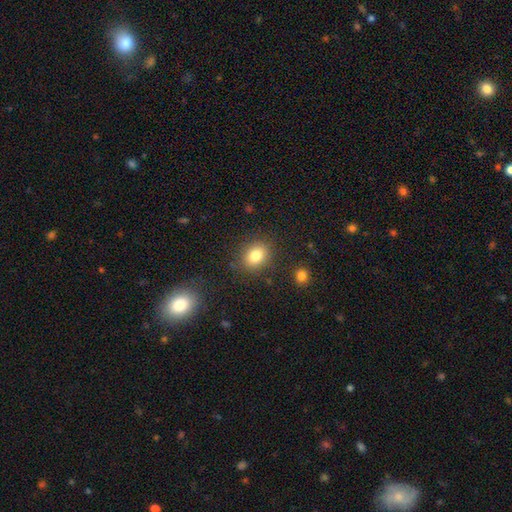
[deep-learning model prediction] This appears to be a smooth galaxy with no disk features (81%) that is round (55%). Merging: none (84%).